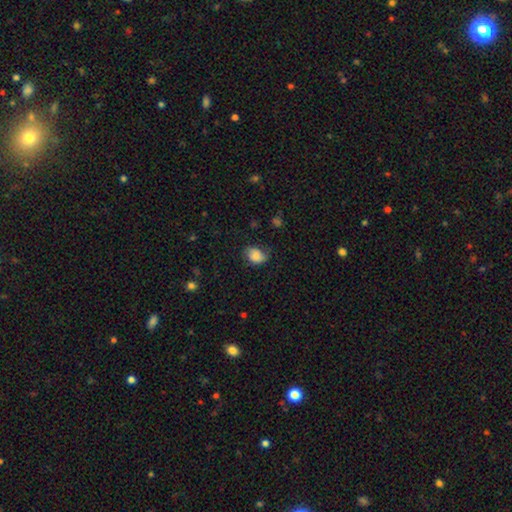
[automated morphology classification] Overall: smooth (81%). How rounded: in between (68%; round 31%). Merging: none (59%; minor disturbance 29%).